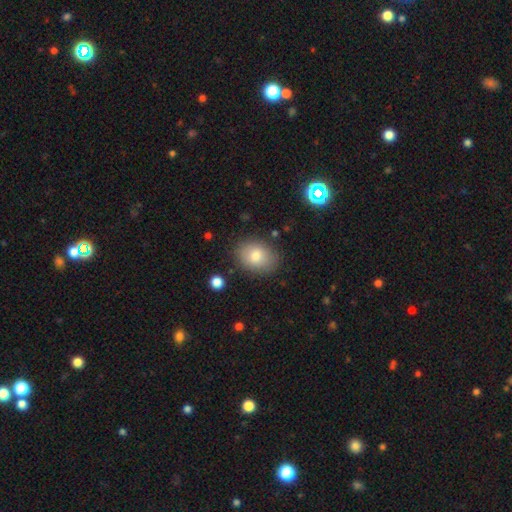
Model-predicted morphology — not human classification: Smooth or featured? smooth (79%)
How rounded? in between (65%)
Merging? none (84%)